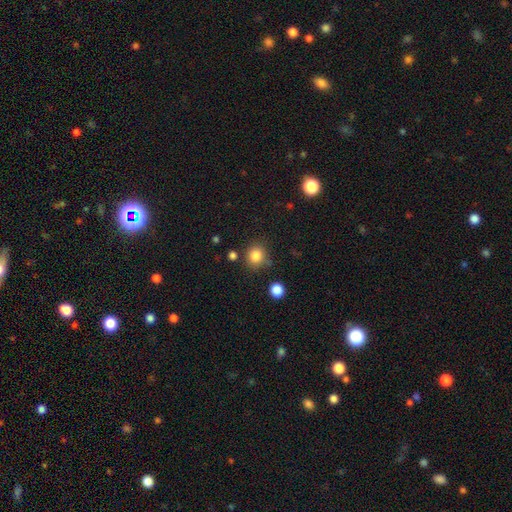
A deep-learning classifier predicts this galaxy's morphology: Smooth or featured?
  - smooth: 84% *
  - star or artifact: 11%
  - featured or disk: 5%
How rounded?
  - round: 84% *
  - in between: 15%
  - cigar-shaped: 1%
Merging?
  - none: 78% *
  - minor disturbance: 12%
  - merger: 6%
  - major disturbance: 4%